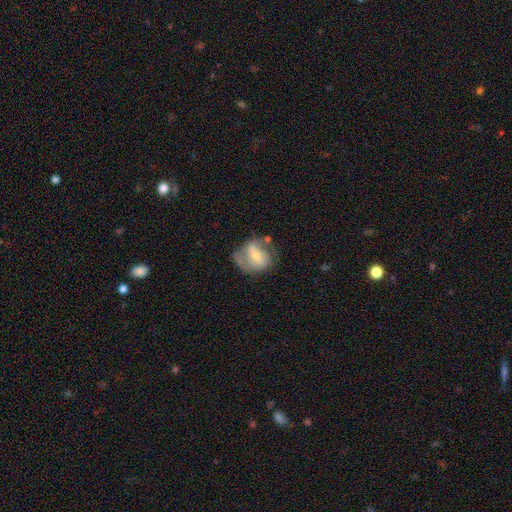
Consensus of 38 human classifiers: A featured or disk galaxy (55%) with a weak bar (50%), 2 (78%) medium (67%) spiral arms (90%) and a moderate central bulge (55%). Merging: minor disturbance (33%).